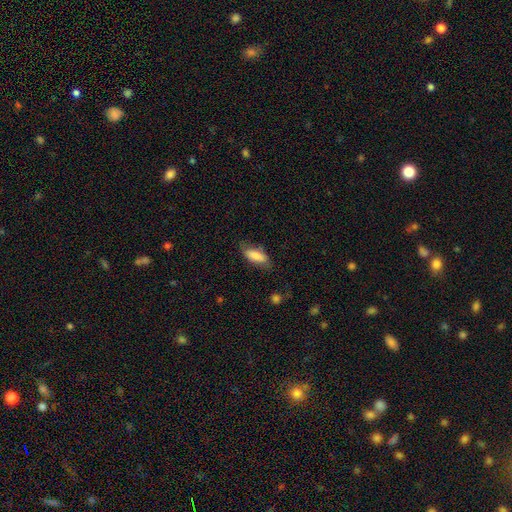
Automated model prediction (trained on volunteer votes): smooth_or_featured: smooth (p=0.80) [alt: featured or disk p=0.13]
how_rounded: in between (p=0.78) [alt: cigar-shaped p=0.20]
merging: none (p=0.63) [alt: minor disturbance p=0.27]